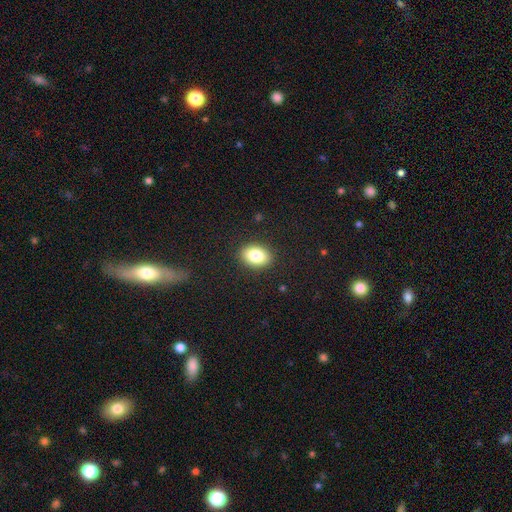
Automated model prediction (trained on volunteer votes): smooth_or_featured: smooth (p=0.83) [alt: star or artifact p=0.08]
how_rounded: in between (p=0.79) [alt: round p=0.19]
merging: none (p=0.89) [alt: minor disturbance p=0.08]